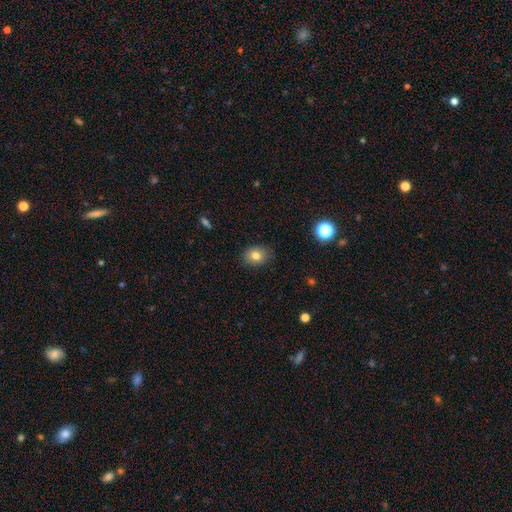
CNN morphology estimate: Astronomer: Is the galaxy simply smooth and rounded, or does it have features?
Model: smooth — 78%.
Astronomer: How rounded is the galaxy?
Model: in between — 51% (runner-up: round, 49%).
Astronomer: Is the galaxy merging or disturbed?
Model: none — 84%.